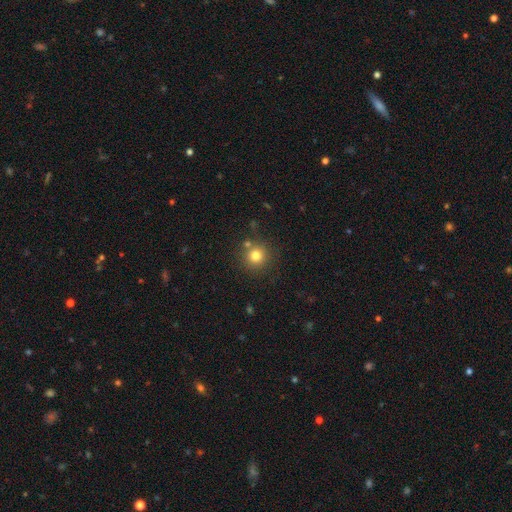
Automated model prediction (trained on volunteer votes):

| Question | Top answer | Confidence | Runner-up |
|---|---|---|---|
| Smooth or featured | smooth | 78% | star or artifact (14%) |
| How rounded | round | 93% | in between (6%) |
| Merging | none | 80% | merger (9%) |